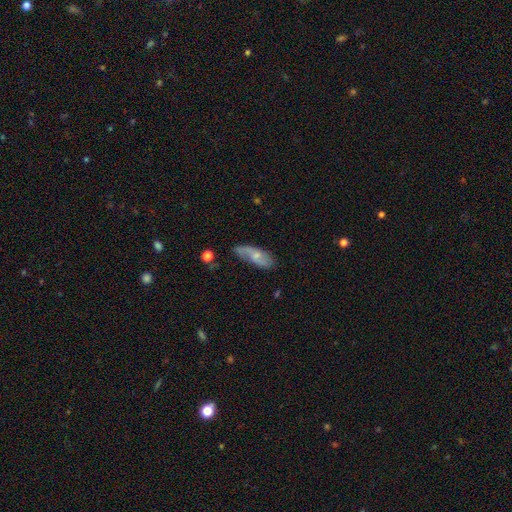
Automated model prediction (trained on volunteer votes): featured or disk 47% (tied), smooth 47% (tied), star or artifact 7%. Down the decision tree: merging — none (57%).